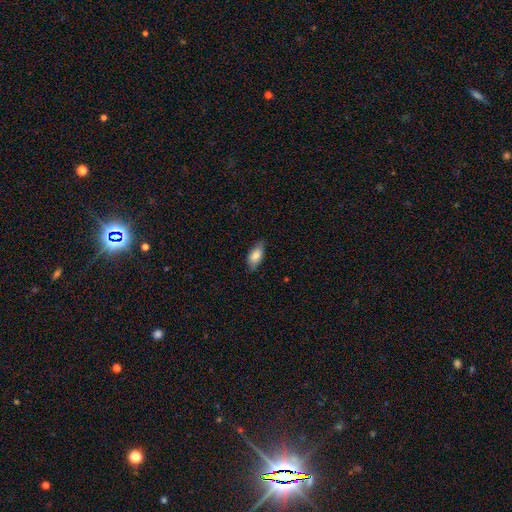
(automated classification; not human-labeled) Q: Smooth or featured?
A: smooth (81%); runner-up: featured or disk (13%)
Q: How rounded?
A: in between (90%); runner-up: cigar-shaped (7%)
Q: Merging?
A: none (76%); runner-up: minor disturbance (20%)